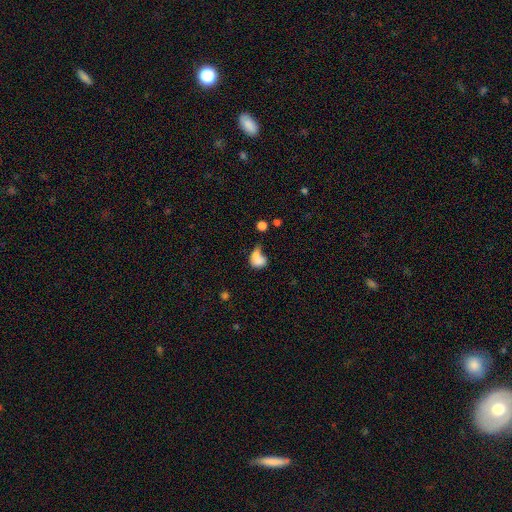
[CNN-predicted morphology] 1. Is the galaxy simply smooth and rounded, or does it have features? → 72% smooth, 17% featured or disk, 11% star or artifact.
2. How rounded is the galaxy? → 62% in between, 36% round, 2% cigar-shaped.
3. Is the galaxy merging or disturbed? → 36% merger, 26% major disturbance, 21% none, 17% minor disturbance.